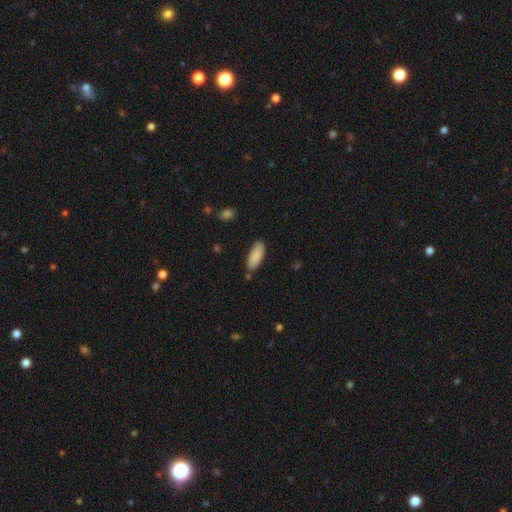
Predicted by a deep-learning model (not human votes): smooth 88%, star or artifact 6%, featured or disk 5%. Down the decision tree: how rounded — in between (77%); merging — none (79%).